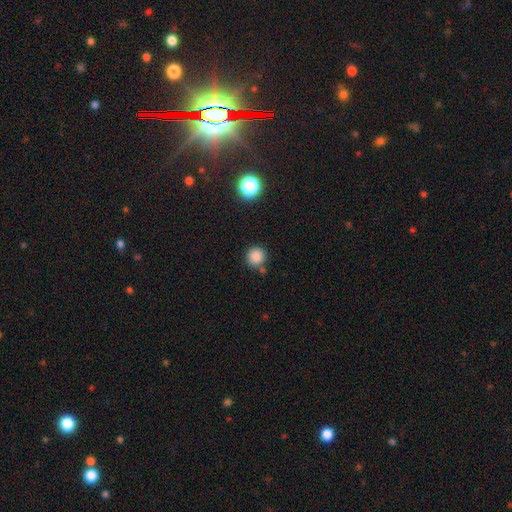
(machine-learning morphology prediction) The model was most divided on "merging": none: 79%, minor disturbance: 10%, merger: 8%, major disturbance: 3%. More confident: how rounded — round (94%); smooth or featured — smooth (85%).